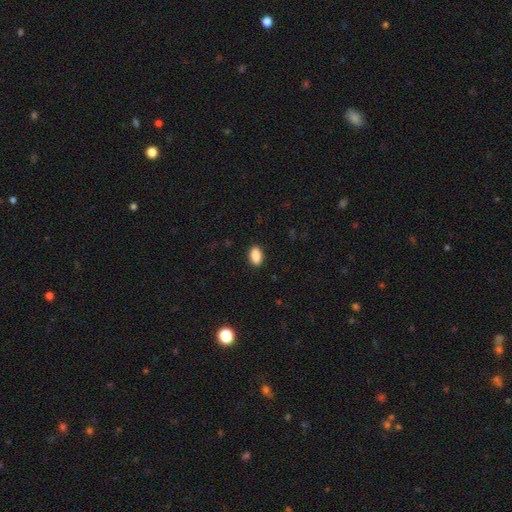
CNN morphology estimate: Smooth or featured: smooth — 89% (star or artifact — 8%)
How rounded: in between — 91% (round — 6%)
Merging: none — 90% (minor disturbance — 7%)